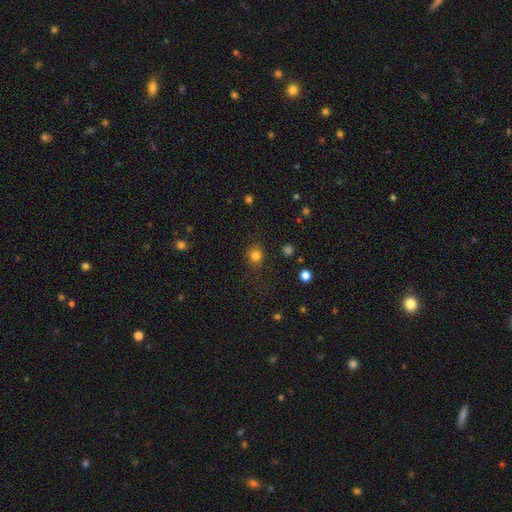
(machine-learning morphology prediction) smooth 80%, star or artifact 14%, featured or disk 6%. Down the decision tree: how rounded — round (78%); merging — none (79%).